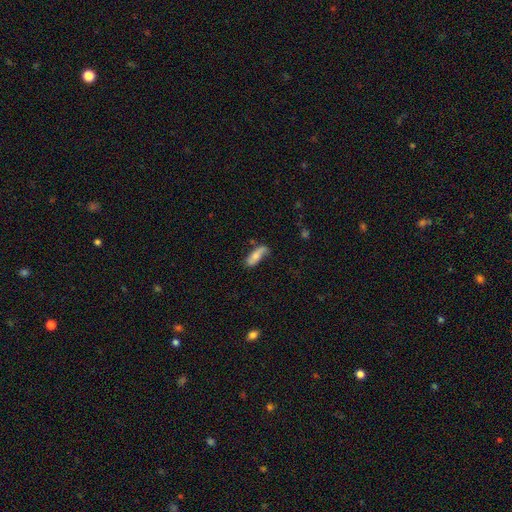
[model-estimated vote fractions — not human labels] Q: Smooth or featured?
A: smooth (67%); runner-up: featured or disk (27%)
Q: How rounded?
A: in between (62%); runner-up: cigar-shaped (36%)
Q: Merging?
A: none (61%); runner-up: minor disturbance (28%)